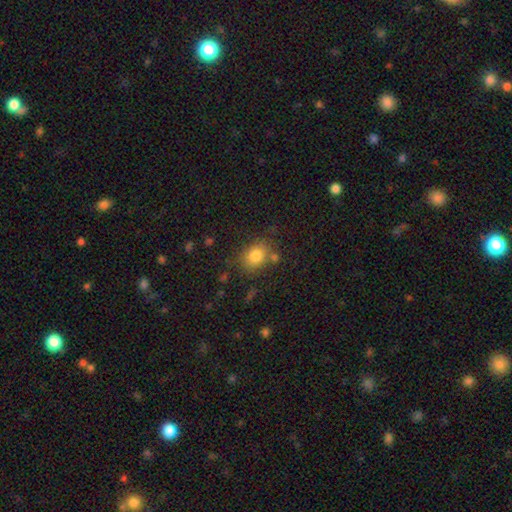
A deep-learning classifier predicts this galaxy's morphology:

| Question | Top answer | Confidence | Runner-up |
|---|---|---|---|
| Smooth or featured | smooth | 81% | star or artifact (10%) |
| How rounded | in between | 57% | round (42%) |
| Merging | none | 71% | minor disturbance (15%) |